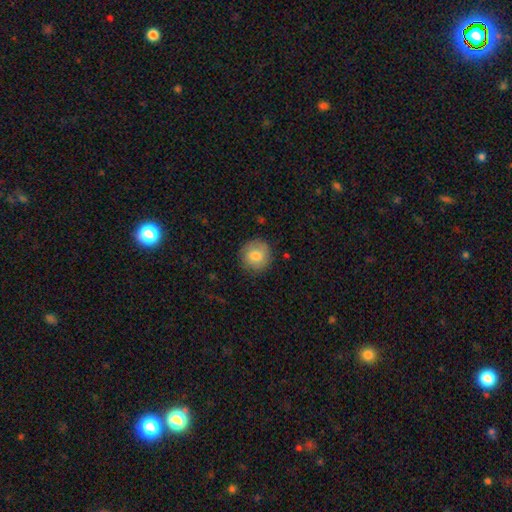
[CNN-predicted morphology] Overall: smooth (78%). How rounded: round (93%). Merging: none (85%).